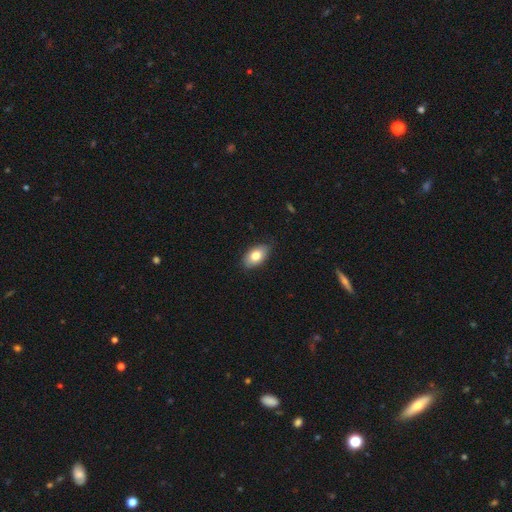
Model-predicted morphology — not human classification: Smooth or featured? Predicted: smooth (p=0.80). How rounded? Predicted: in between (p=0.91). Merging? Predicted: none (p=0.82).